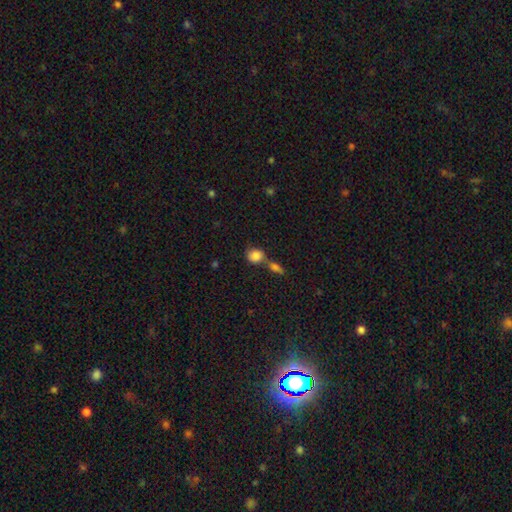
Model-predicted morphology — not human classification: The model was most divided on "merging": merger: 43%, none: 42%, minor disturbance: 11%, major disturbance: 5%. More confident: smooth or featured — smooth (84%); how rounded — round (68%).